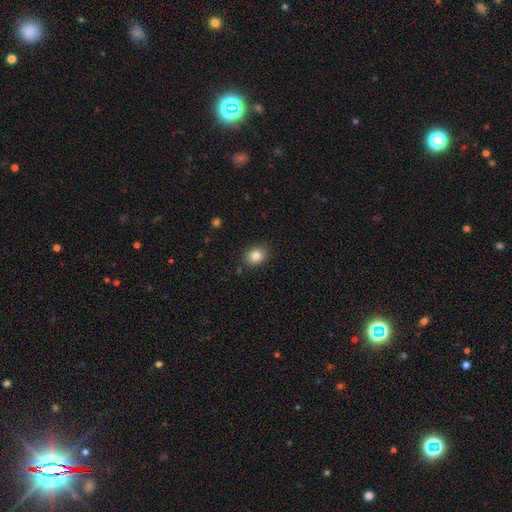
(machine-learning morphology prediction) This is clearly a smooth galaxy (84%). How rounded: possibly in between (59%). Merging: clearly none (87%).